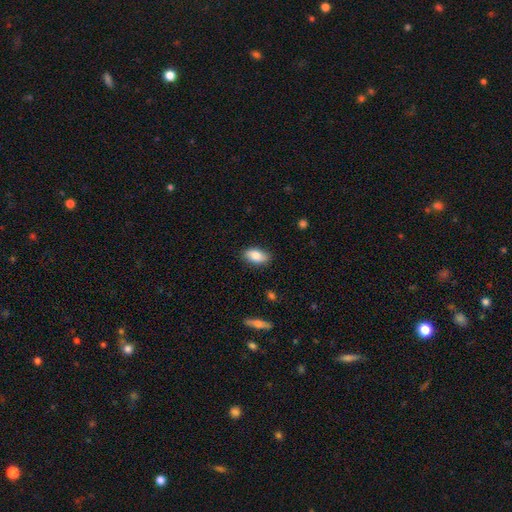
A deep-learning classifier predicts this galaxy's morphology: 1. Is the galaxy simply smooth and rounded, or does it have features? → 83% smooth, 10% featured or disk, 7% star or artifact.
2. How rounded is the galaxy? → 92% in between, 4% round, 4% cigar-shaped.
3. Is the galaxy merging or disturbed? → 85% none, 11% minor disturbance, 2% major disturbance, 1% merger.